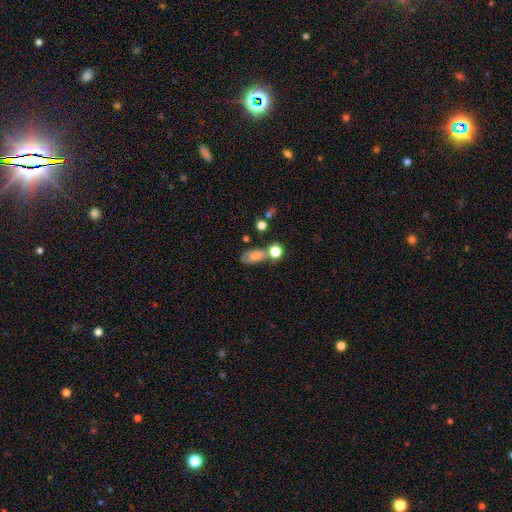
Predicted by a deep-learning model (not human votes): A smooth galaxy with no disk features (65%) that is in between round and cigar-shaped (80%).

Vote fractions:
- Smooth or featured? smooth: 65% / featured or disk: 23% / star or artifact: 12%
- How rounded? in between: 80% / round: 15% / cigar-shaped: 4%
- Merging? none: 48% / merger: 26% / minor disturbance: 18% / major disturbance: 8%